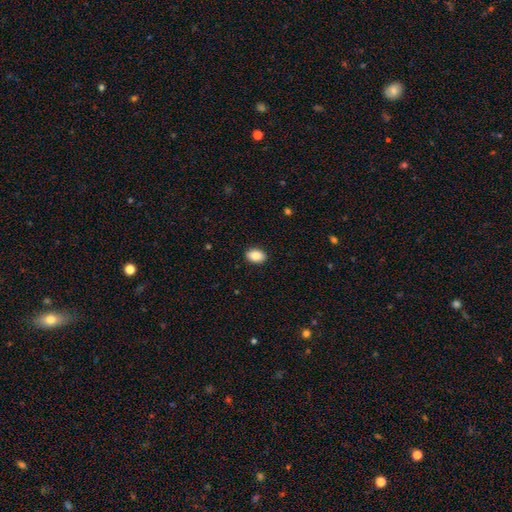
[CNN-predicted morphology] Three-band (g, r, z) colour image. It shows a smooth galaxy with no disk features (88%) that is in between round and cigar-shaped (81%). Merging: none (91%).